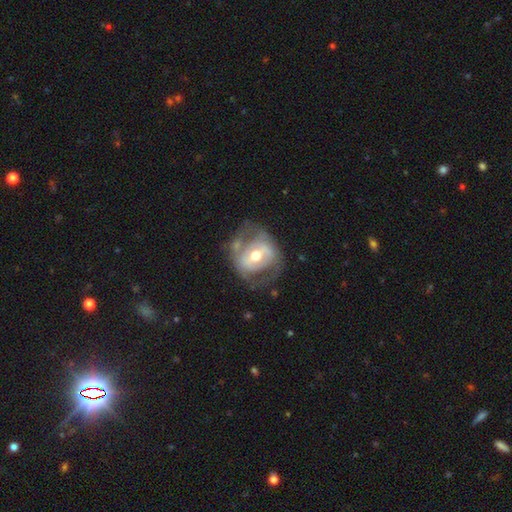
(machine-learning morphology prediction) Overall: featured or disk (70%). Edge-on disk: no (95%). Bar: weak (37%; strong 33%). Spiral arms: yes (53%; no 47%). Bulge size: moderate (70%). Merging: none (53%; minor disturbance 22%).